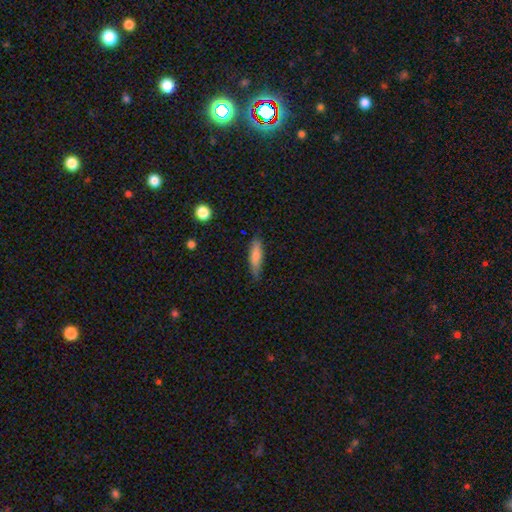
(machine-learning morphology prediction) Smooth or featured?
  - smooth: 81% *
  - featured or disk: 13%
  - star or artifact: 7%
How rounded?
  - cigar-shaped: 69% *
  - in between: 30%
  - round: 2%
Merging?
  - none: 78% *
  - minor disturbance: 17%
  - major disturbance: 3%
  - merger: 1%